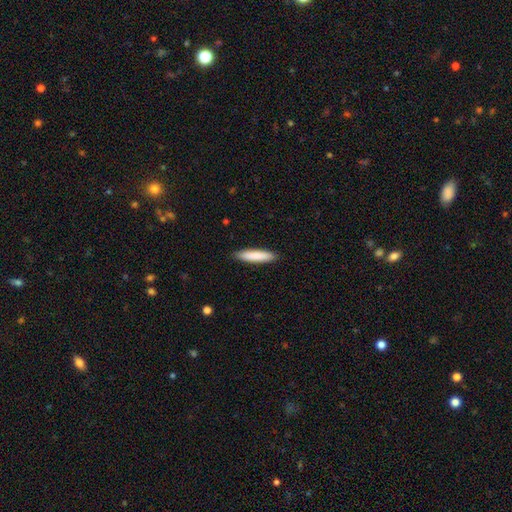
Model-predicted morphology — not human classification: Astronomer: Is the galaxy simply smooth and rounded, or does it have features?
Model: smooth — 85%.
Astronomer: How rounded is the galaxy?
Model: cigar-shaped — 84%.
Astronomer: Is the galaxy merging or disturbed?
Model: none — 90%.